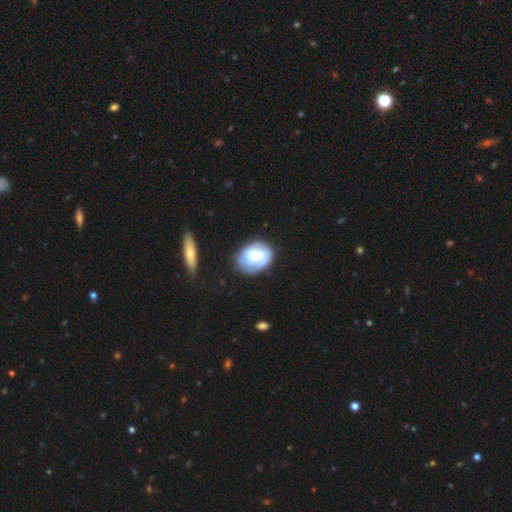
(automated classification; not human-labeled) smooth_or_featured: featured or disk (p=0.60) [alt: smooth p=0.34]
disk_edge_on: no (p=0.96) [alt: yes p=0.04]
bar: no (p=0.55) [alt: weak p=0.36]
has_spiral_arms: yes (p=0.85) [alt: no p=0.15]
bulge_size: moderate (p=0.54) [alt: small p=0.35]
merging: none (p=0.71) [alt: minor disturbance p=0.20]